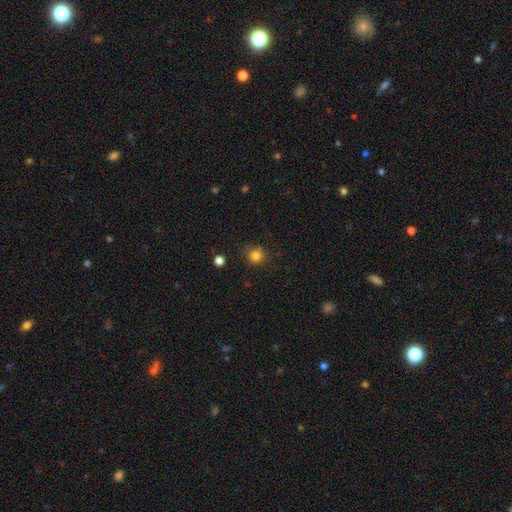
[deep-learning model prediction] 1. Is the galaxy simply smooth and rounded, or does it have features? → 81% smooth, 13% star or artifact, 6% featured or disk.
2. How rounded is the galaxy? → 90% round, 9% in between, 1% cigar-shaped.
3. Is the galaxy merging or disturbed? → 80% none, 13% minor disturbance, 4% major disturbance, 3% merger.